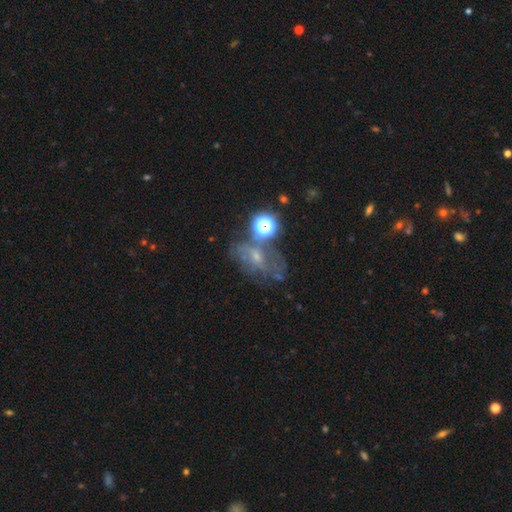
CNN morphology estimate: The model was most divided on "merging": none: 39%, major disturbance: 26%, minor disturbance: 22%, merger: 13%. Remaining: smooth or featured — featured or disk (46%).